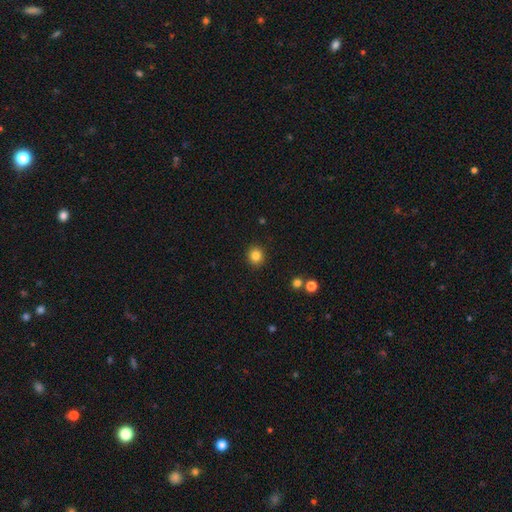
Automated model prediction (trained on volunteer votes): smooth 83%, star or artifact 11%, featured or disk 5%. Down the decision tree: how rounded — round (90%); merging — none (92%).